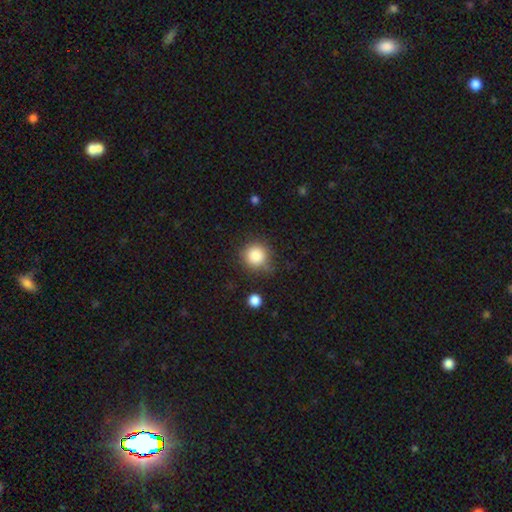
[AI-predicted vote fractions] The model was most divided on "merging": none: 78%, minor disturbance: 14%, major disturbance: 4%, merger: 4%. More confident: how rounded — round (93%); smooth or featured — smooth (85%).